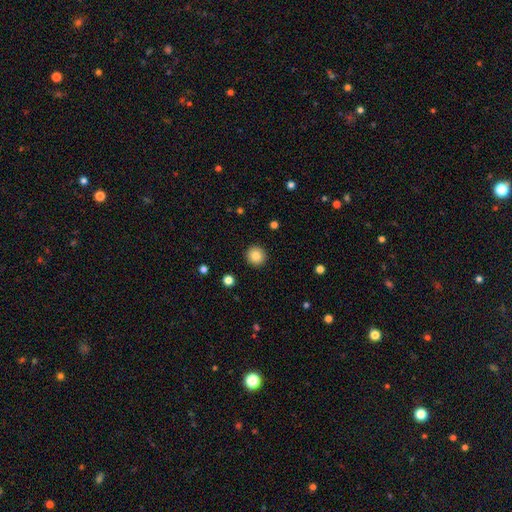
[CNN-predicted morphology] smooth-or-featured: smooth: 85% | star or artifact: 10% | featured or disk: 6%
  how-rounded: round: 95% | in between: 4% | cigar-shaped: 1%
  merging: none: 93% | minor disturbance: 5% | major disturbance: 2% | merger: 1%